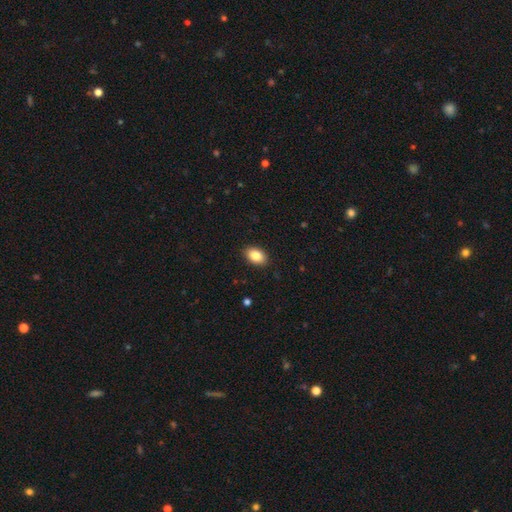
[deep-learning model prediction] This is clearly a smooth galaxy (86%). How rounded: clearly in between (86%). Merging: clearly none (89%).